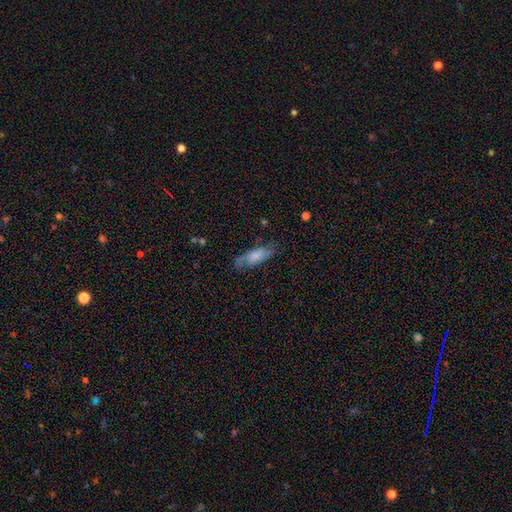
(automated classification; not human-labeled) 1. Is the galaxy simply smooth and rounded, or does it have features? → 59% smooth, 33% featured or disk, 8% star or artifact.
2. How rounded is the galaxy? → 66% in between, 32% cigar-shaped, 3% round.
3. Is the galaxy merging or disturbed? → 67% none, 23% minor disturbance, 9% major disturbance, 2% merger.